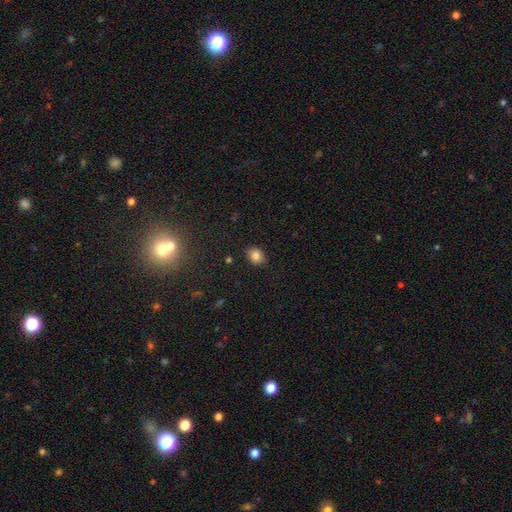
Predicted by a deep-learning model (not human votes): Smooth or featured: smooth — 84% (star or artifact — 11%)
How rounded: in between — 53% (round — 46%)
Merging: none — 85% (minor disturbance — 11%)